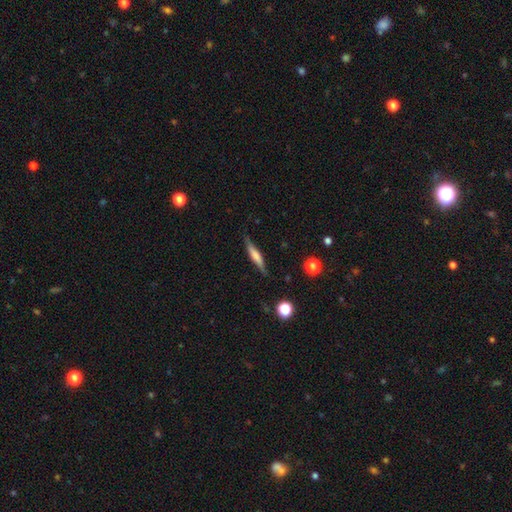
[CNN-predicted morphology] Smooth or featured? Predicted: smooth (p=0.50). How rounded? Predicted: cigar-shaped (p=0.88). Merging? Predicted: none (p=0.83).